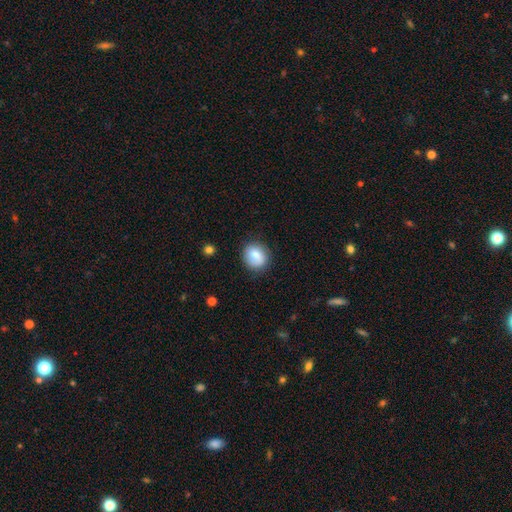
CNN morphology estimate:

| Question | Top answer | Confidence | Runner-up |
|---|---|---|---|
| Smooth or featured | smooth | 80% | featured or disk (12%) |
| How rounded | round | 73% | in between (26%) |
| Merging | none | 77% | minor disturbance (16%) |